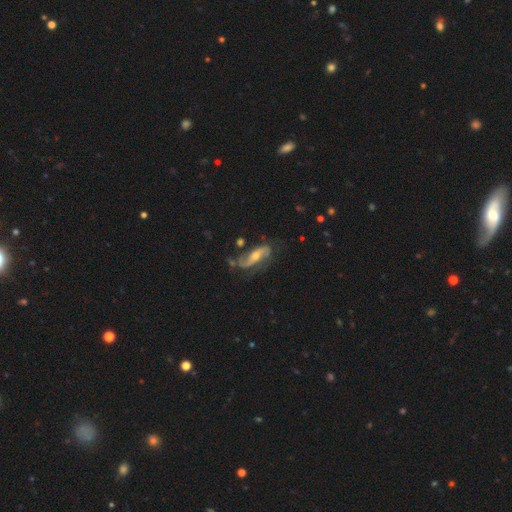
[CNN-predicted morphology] Smooth or featured?
  - featured or disk: 79% *
  - smooth: 14%
  - star or artifact: 6%
Edge-on disk?
  - no: 89% *
  - yes: 11%
Bar?
  - no: 38% *
  - weak: 34%
  - strong: 28%
Spiral arms?
  - yes: 92% *
  - no: 8%
Spiral winding?
  - loose: 50% *
  - medium: 34%
  - tight: 16%
Spiral arm count?
  - 2: 81% *
  - 1: 8%
  - can't tell: 7%
  - 3: 2%
  - 4: 1%
  - more than 4: 1%
Bulge size?
  - moderate: 56% *
  - small: 38%
  - large: 3%
  - none: 2%
  - dominant: 1%
Merging?
  - none: 55% *
  - minor disturbance: 23%
  - major disturbance: 16%
  - merger: 5%